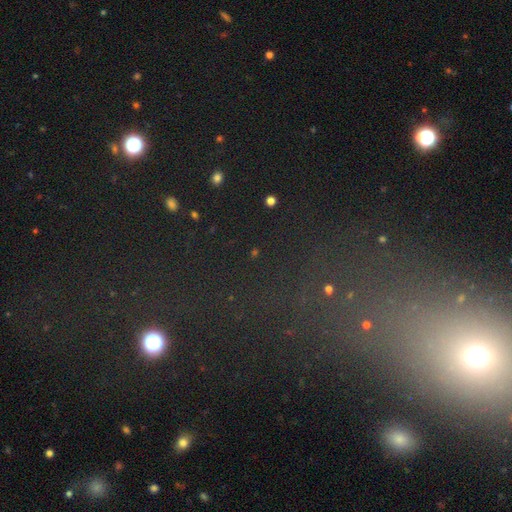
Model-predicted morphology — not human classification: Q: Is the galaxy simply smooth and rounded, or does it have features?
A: star or artifact — 67%.